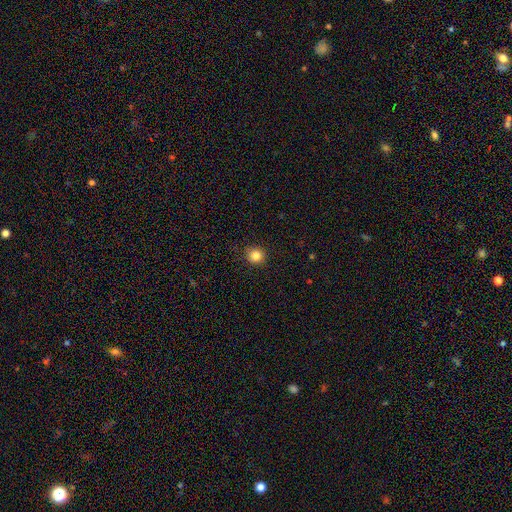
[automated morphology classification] Overall: smooth (84%). How rounded: round (91%). Merging: none (91%).